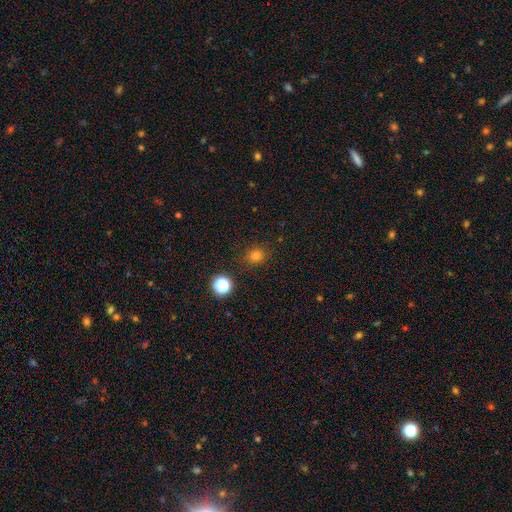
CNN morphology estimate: type=smooth (76%); roundness=round (83%); merging=none (87%).